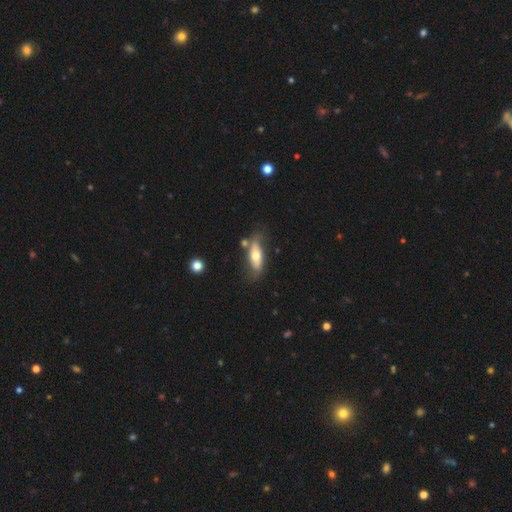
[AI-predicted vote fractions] Overall: smooth (55%; featured or disk 40%). How rounded: in between (72%). Merging: none (62%).